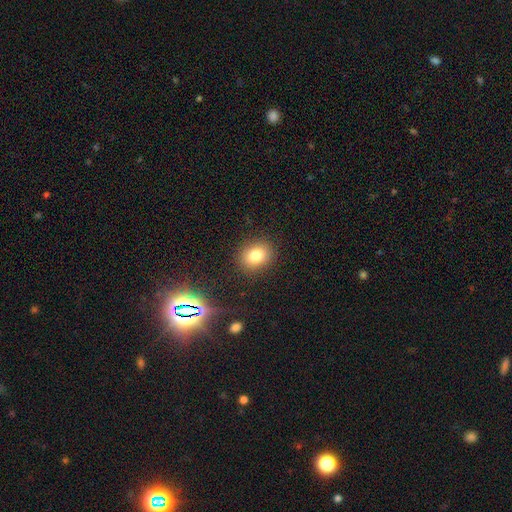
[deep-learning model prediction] Smooth or featured?
  - smooth: 79% *
  - star or artifact: 13%
  - featured or disk: 9%
How rounded?
  - round: 58% *
  - in between: 41%
  - cigar-shaped: 1%
Merging?
  - none: 87% *
  - minor disturbance: 9%
  - major disturbance: 3%
  - merger: 1%